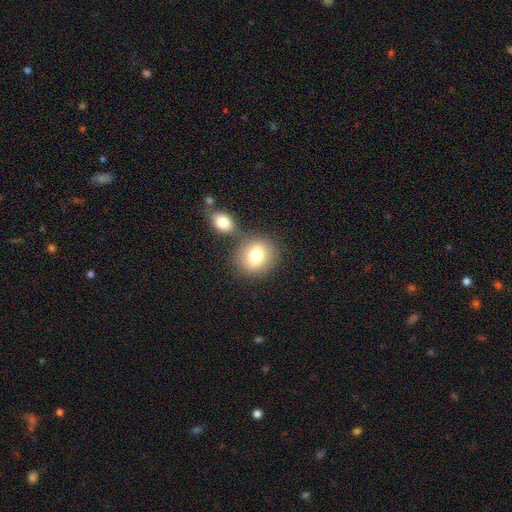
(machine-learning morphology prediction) smooth 74%, featured or disk 16%, star or artifact 10%. Down the decision tree: how rounded — round (71%); merging — none (63%).